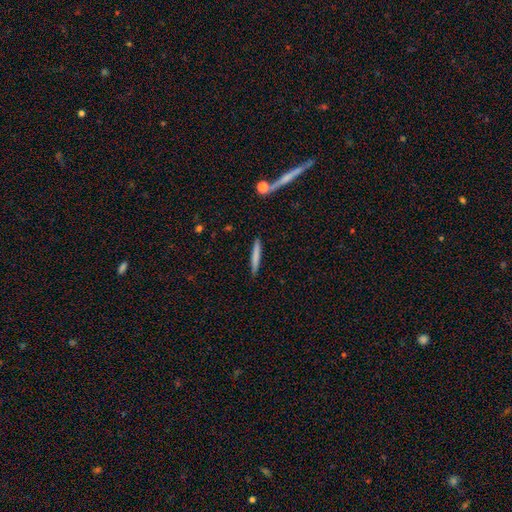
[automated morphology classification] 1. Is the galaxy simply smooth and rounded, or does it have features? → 74% smooth, 20% featured or disk, 6% star or artifact.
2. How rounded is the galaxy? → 95% cigar-shaped, 4% in between, 1% round.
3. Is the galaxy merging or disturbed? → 89% none, 7% minor disturbance, 2% merger, 2% major disturbance.